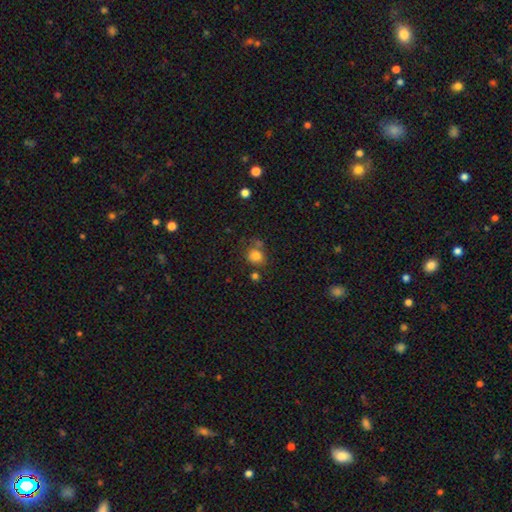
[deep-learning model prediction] A smooth galaxy with no disk features (80%) that is round (79%). Merging: none (62%).